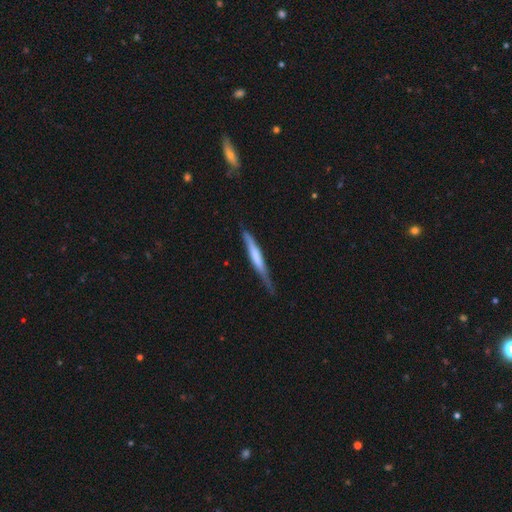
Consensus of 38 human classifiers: Smooth or featured? 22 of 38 (58%) said featured or disk. Edge-on disk? 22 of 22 (100%) said yes. Edge-on bulge? 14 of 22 (64%) said none. Merging? 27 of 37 (73%) said none.